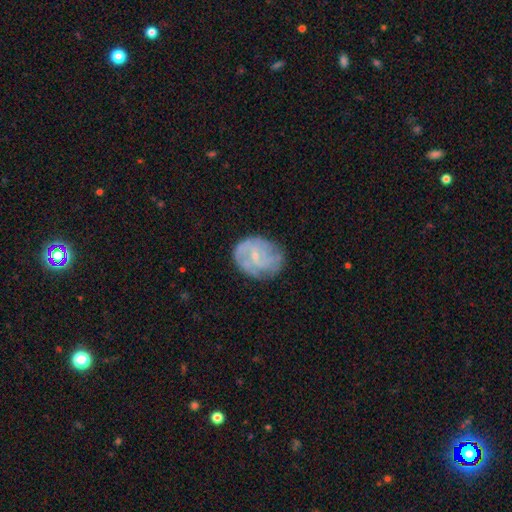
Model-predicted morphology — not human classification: smooth_or_featured: featured or disk (p=0.69) [alt: smooth p=0.24]
disk_edge_on: no (p=0.98) [alt: yes p=0.02]
bar: no (p=0.50) [alt: weak p=0.43]
has_spiral_arms: yes (p=0.83) [alt: no p=0.17]
spiral_winding: medium (p=0.41) [alt: tight p=0.40]
spiral_arm_count: can't tell (p=0.37) [alt: 2 p=0.27]
bulge_size: small (p=0.73) [alt: moderate p=0.17]
merging: none (p=0.65) [alt: minor disturbance p=0.24]